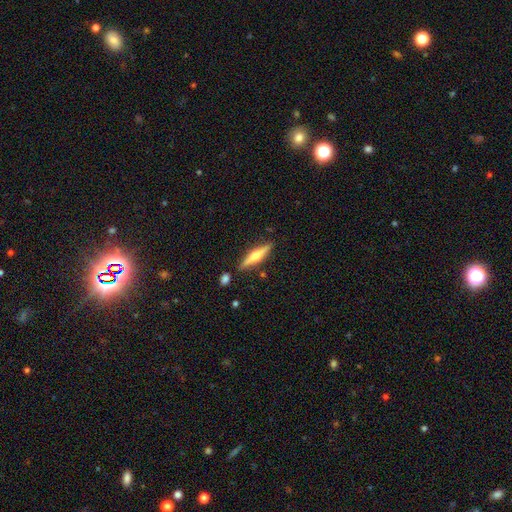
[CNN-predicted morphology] smooth-or-featured: featured or disk: 60% | smooth: 34% | star or artifact: 6%
  disk-edge-on: yes: 96% | no: 4%
    edge-on-bulge: rounded: 92% | none: 4% | boxy: 4%
  merging: none: 83% | minor disturbance: 11% | merger: 4% | major disturbance: 2%